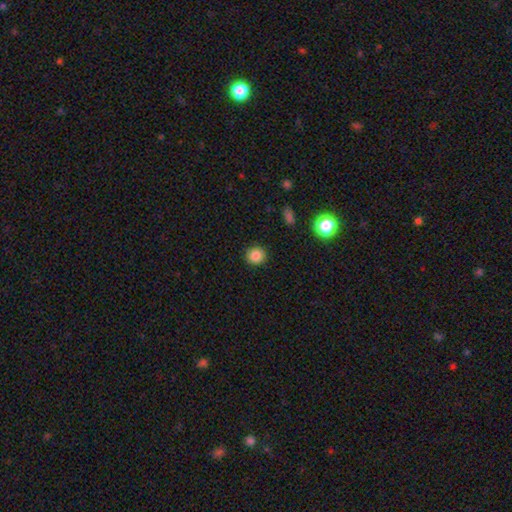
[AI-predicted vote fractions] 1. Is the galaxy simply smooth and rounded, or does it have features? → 85% smooth, 10% star or artifact, 5% featured or disk.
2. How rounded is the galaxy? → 89% round, 10% in between, 1% cigar-shaped.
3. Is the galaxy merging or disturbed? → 91% none, 6% minor disturbance, 2% major disturbance, 1% merger.